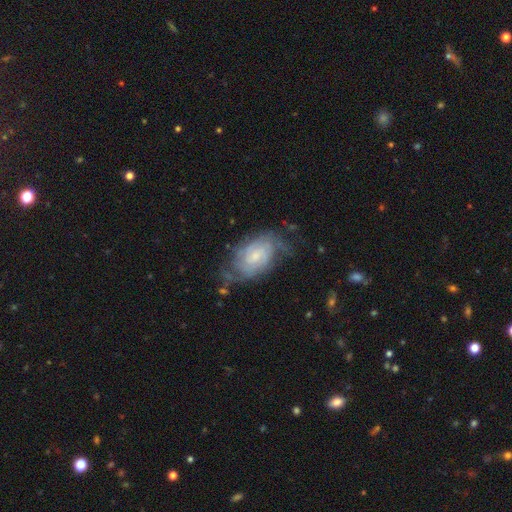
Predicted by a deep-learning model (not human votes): This appears to be a featured or disk galaxy (75%) with no bar (51%), tight (54%) spiral arms (90%) and a small central bulge (52%). Merging: none (54%).